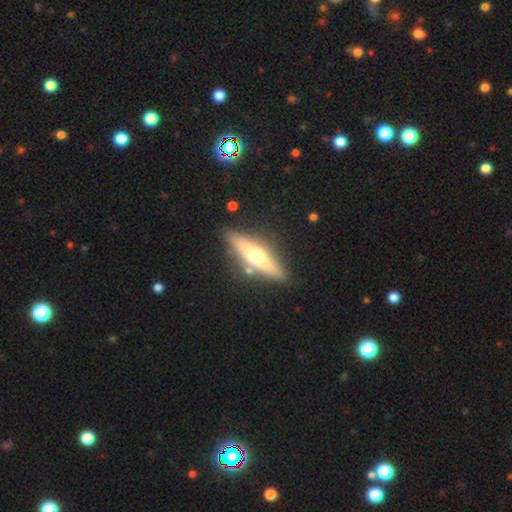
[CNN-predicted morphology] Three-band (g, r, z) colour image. It shows a featured or disk galaxy (51%) viewed edge-on (85%). Merging: none (83%).